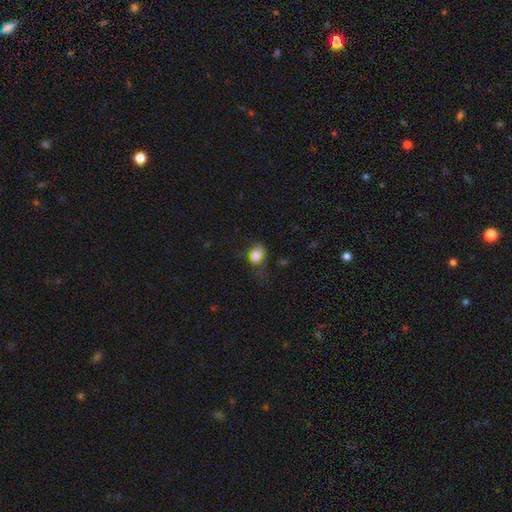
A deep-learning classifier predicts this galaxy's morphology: This is clearly a smooth galaxy (81%). How rounded: likely in between (61%). Merging: marginally none (38%).